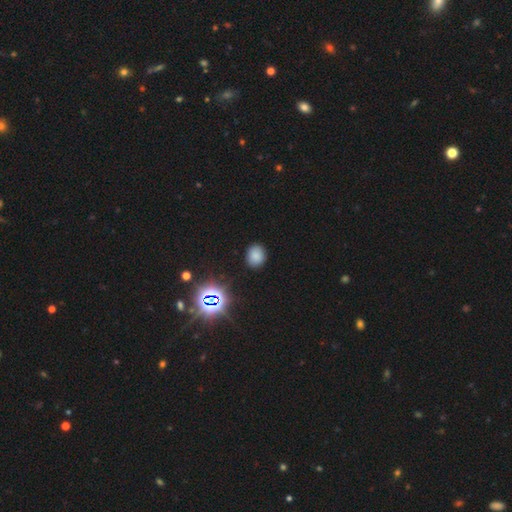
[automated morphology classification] type=smooth (78%); roundness=round (51%); merging=none (86%).